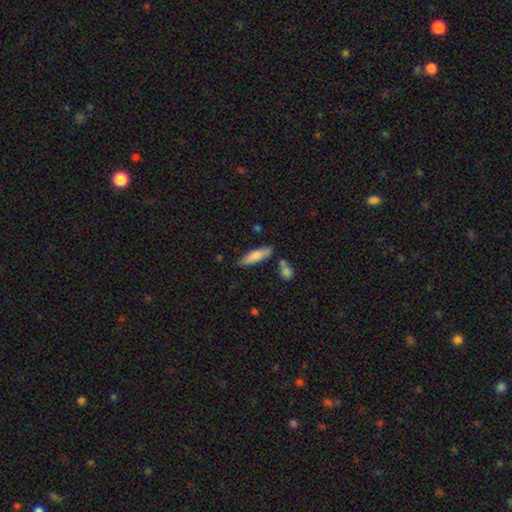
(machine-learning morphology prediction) Q: Smooth or featured?
A: smooth (76%); runner-up: featured or disk (18%)
Q: How rounded?
A: cigar-shaped (62%); runner-up: in between (37%)
Q: Merging?
A: none (72%); runner-up: minor disturbance (18%)